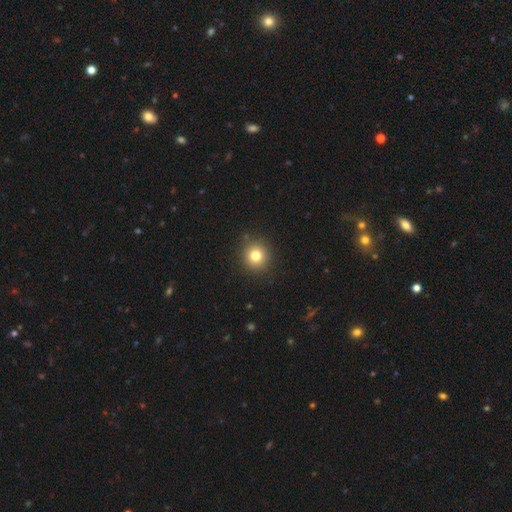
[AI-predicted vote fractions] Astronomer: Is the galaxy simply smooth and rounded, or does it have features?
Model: smooth — 79%.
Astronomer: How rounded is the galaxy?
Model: round — 91%.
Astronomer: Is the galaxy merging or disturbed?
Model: none — 90%.